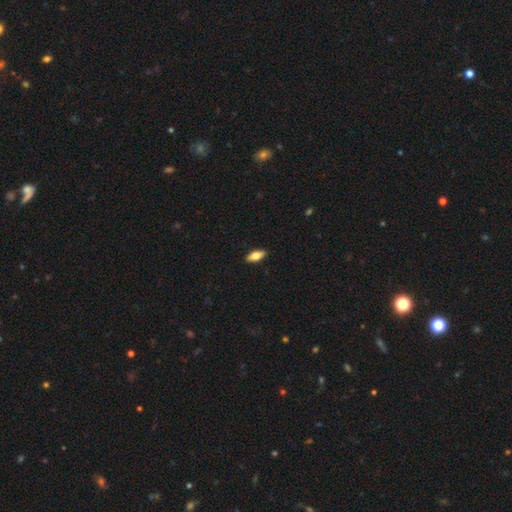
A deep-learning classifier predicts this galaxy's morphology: This appears to be a smooth galaxy with no disk features (73%) that is in between round and cigar-shaped (82%). Merging: none (90%).